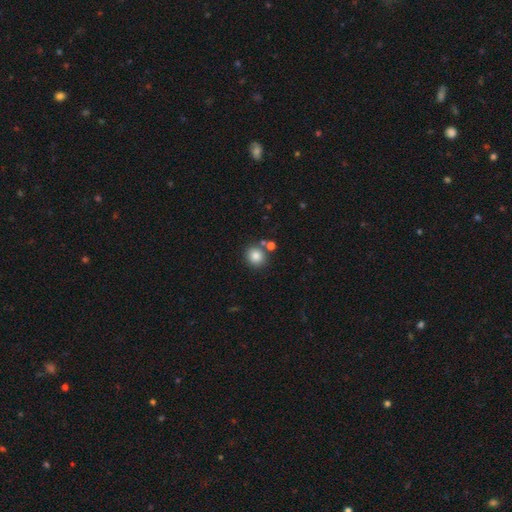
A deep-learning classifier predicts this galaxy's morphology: This is clearly a smooth galaxy (84%). How rounded: clearly round (84%). Merging: likely none (76%).